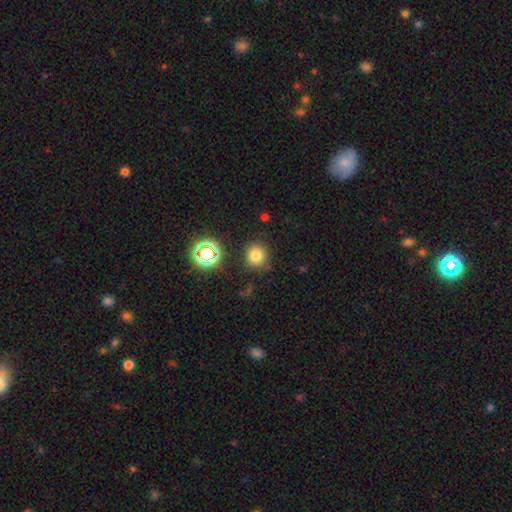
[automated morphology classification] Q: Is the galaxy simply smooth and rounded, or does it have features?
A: smooth — 76%.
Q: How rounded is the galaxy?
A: round — 91%.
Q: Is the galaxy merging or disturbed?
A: none — 85%.